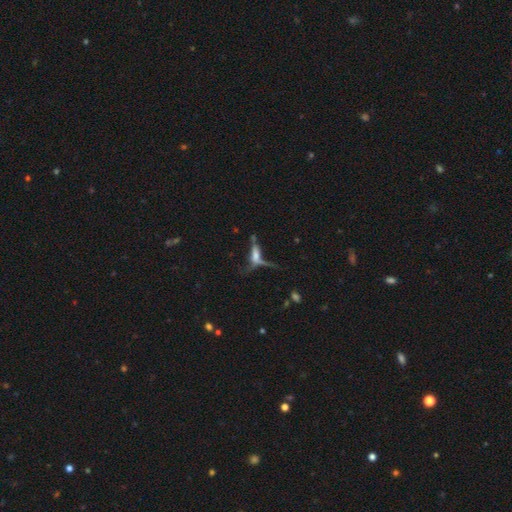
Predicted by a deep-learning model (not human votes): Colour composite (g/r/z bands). It shows a featured or disk galaxy (46%). Merging: none (33%).